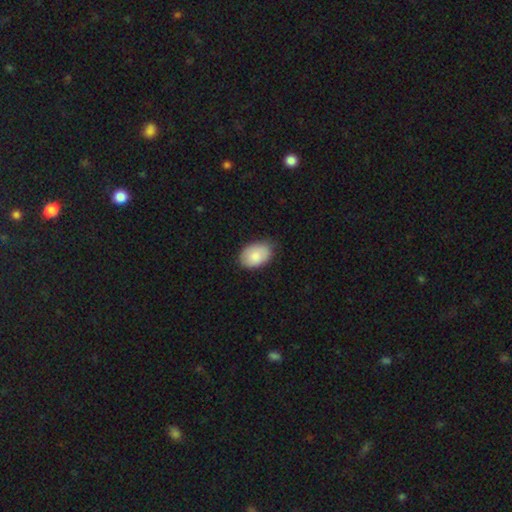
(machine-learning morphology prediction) A smooth galaxy with no disk features (85%) that is in between round and cigar-shaped (87%).

Vote fractions:
- Smooth or featured? smooth: 85% / featured or disk: 8% / star or artifact: 6%
- How rounded? in between: 87% / round: 12% / cigar-shaped: 1%
- Merging? none: 73% / minor disturbance: 23% / major disturbance: 3% / merger: 1%